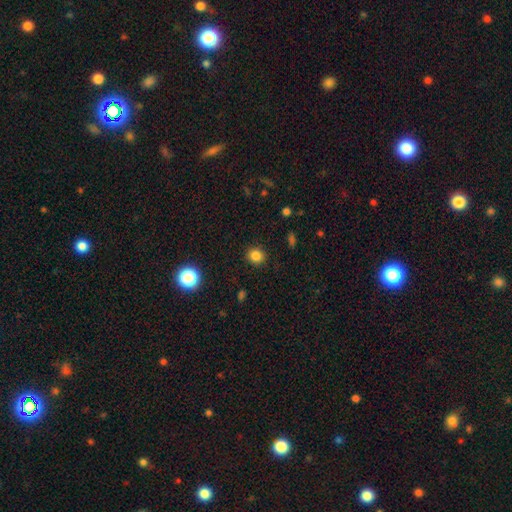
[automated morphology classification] A smooth galaxy with no disk features (83%) that is round (85%).

Vote fractions:
- Smooth or featured? smooth: 83% / star or artifact: 13% / featured or disk: 4%
- How rounded? round: 85% / in between: 14% / cigar-shaped: 1%
- Merging? none: 90% / minor disturbance: 6% / major disturbance: 2% / merger: 1%